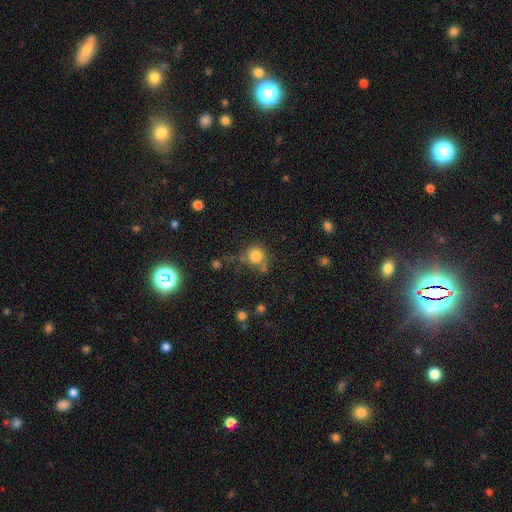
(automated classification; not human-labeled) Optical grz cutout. It shows a smooth galaxy with no disk features (82%) that is round (89%). Merging: none (61%).